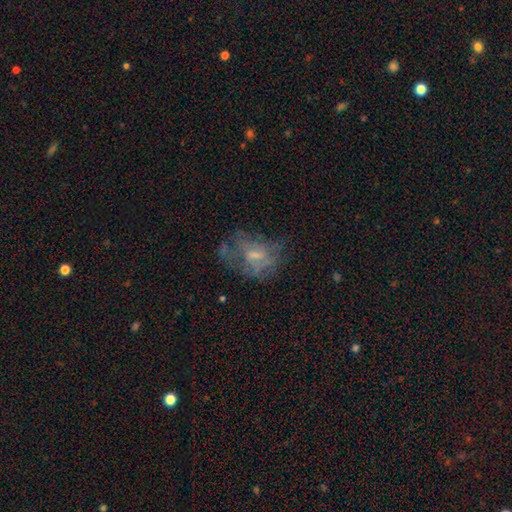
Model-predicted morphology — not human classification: This appears to be a featured or disk galaxy (53%) with no bar (57%), no spiral arms (68%) and a small central bulge (41%). Merging: none (42%).